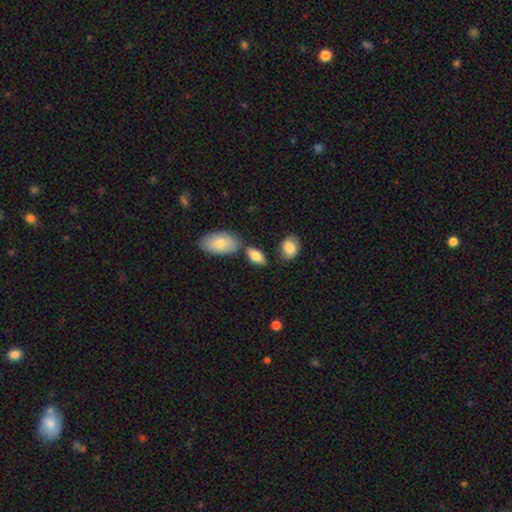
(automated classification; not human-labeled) Q: Smooth or featured?
A: smooth (78%); runner-up: featured or disk (14%)
Q: How rounded?
A: in between (89%); runner-up: cigar-shaped (6%)
Q: Merging?
A: none (68%); runner-up: minor disturbance (15%)